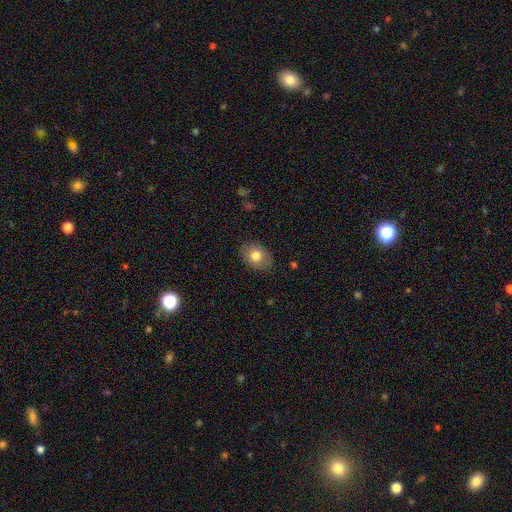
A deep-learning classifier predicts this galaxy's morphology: This is likely a smooth galaxy (76%). How rounded: likely in between (69%). Merging: clearly none (85%).